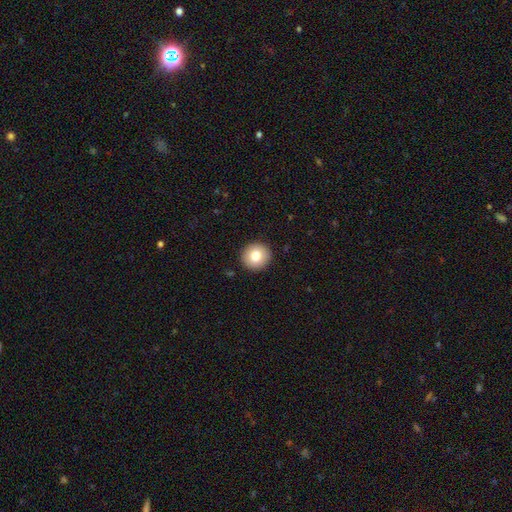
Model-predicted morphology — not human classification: This is likely a smooth galaxy (78%). How rounded: clearly round (93%). Merging: clearly none (92%).